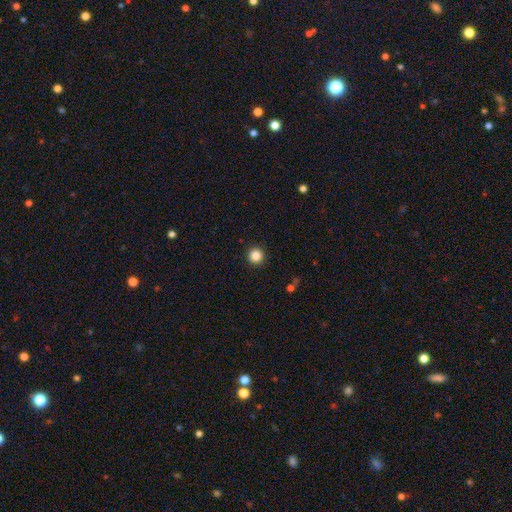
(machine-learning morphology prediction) Q: Smooth or featured?
A: smooth (86%); runner-up: star or artifact (11%)
Q: How rounded?
A: round (96%); runner-up: in between (3%)
Q: Merging?
A: none (93%); runner-up: minor disturbance (5%)